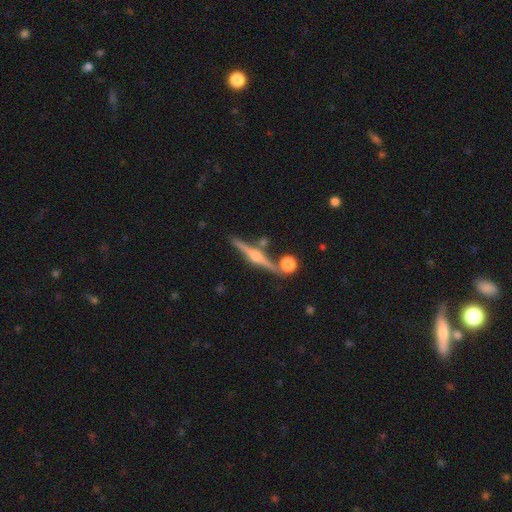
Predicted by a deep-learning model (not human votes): featured or disk 84%, smooth 10%, star or artifact 6%. Down the decision tree: edge-on disk — yes (98%); edge-on bulge — rounded (93%); merging — none (83%).